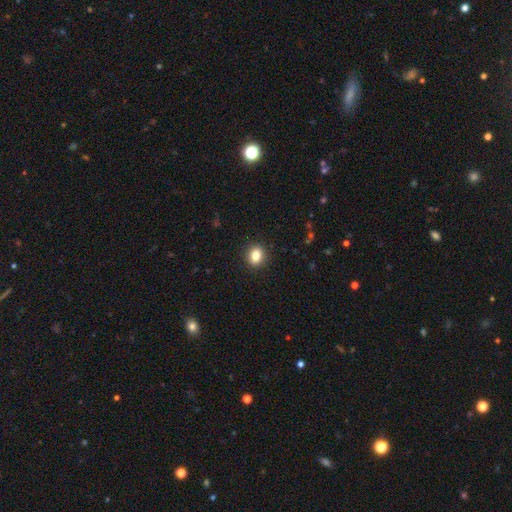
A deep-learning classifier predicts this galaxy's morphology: A smooth galaxy with no disk features (84%) that is round (64%). Merging: none (91%).